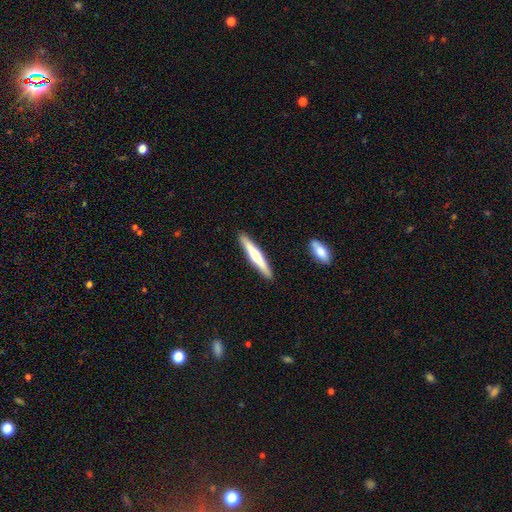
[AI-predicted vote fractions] A smooth galaxy with no disk features (54%) that is cigar-shaped (93%). Merging: none (91%).